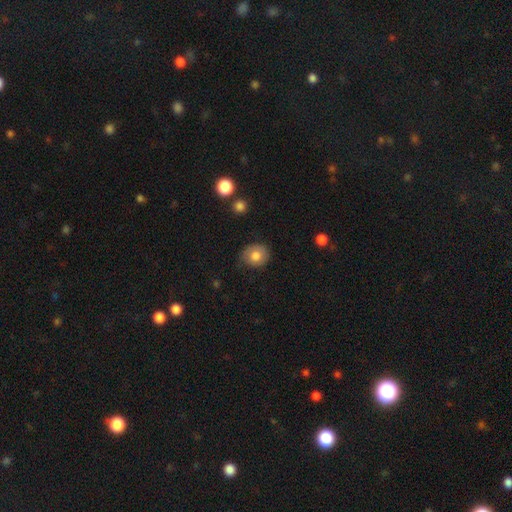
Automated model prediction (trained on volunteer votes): Smooth or featured?
  - smooth: 79% *
  - featured or disk: 12%
  - star or artifact: 9%
How rounded?
  - round: 69% *
  - in between: 30%
  - cigar-shaped: 1%
Merging?
  - none: 77% *
  - minor disturbance: 18%
  - major disturbance: 4%
  - merger: 1%